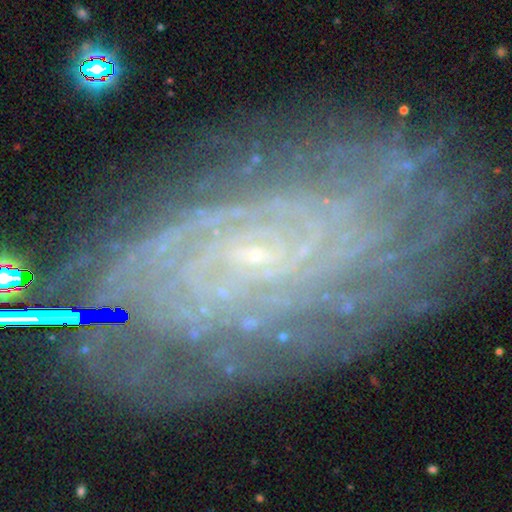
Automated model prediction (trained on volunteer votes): Smooth or featured? Predicted: featured or disk (p=0.75). Edge-on disk? Predicted: no (p=0.93). Bar? Predicted: no (p=0.66). Spiral arms? Predicted: yes (p=0.93). Spiral winding? Predicted: tight (p=0.78). Spiral arm count? Predicted: can't tell (p=0.46). Bulge size? Predicted: small (p=0.87). Merging? Predicted: none (p=0.81).